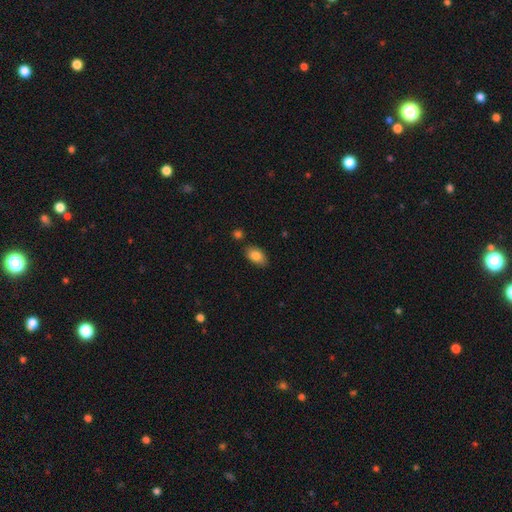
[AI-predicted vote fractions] This is clearly a smooth galaxy (84%). How rounded: clearly in between (92%). Merging: clearly none (83%).